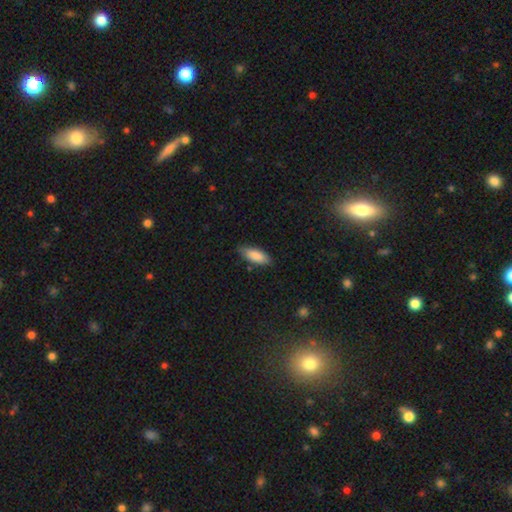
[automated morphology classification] smooth 86%, featured or disk 8%, star or artifact 6%. Down the decision tree: how rounded — in between (74%); merging — none (81%).